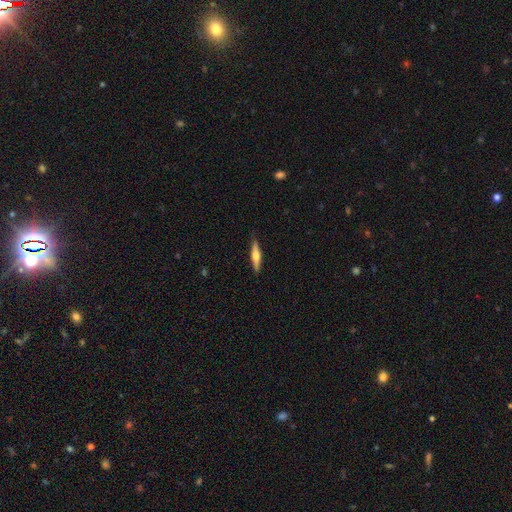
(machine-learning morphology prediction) Overall: featured or disk (53%; smooth 41%). Edge-on disk: yes (95%). Edge-on bulge: rounded (92%). Merging: none (88%).